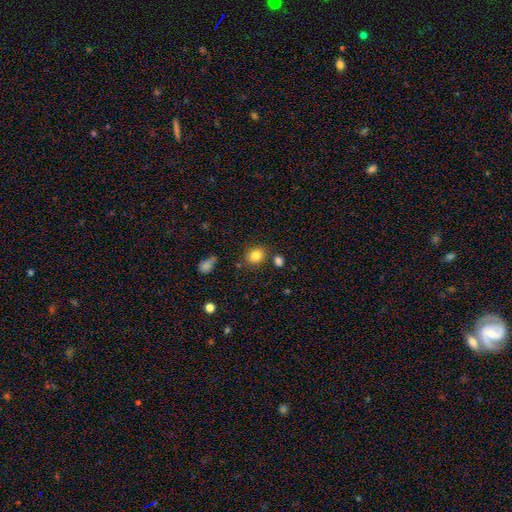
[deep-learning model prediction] Overall: smooth (83%). How rounded: round (55%; in between 45%). Merging: none (80%).